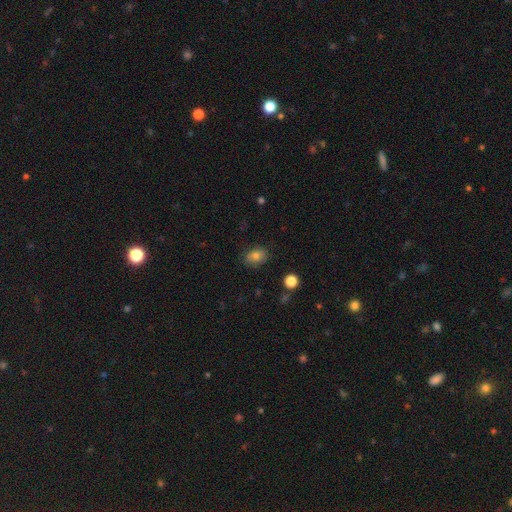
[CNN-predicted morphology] Smooth or featured? Predicted: smooth (p=0.76). How rounded? Predicted: in between (p=0.68). Merging? Predicted: none (p=0.81).